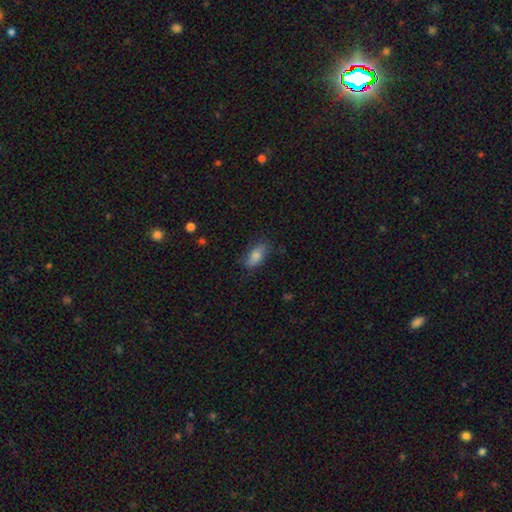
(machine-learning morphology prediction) Smooth or featured: smooth — 74% (featured or disk — 17%)
How rounded: in between — 84% (cigar-shaped — 11%)
Merging: none — 76% (minor disturbance — 18%)